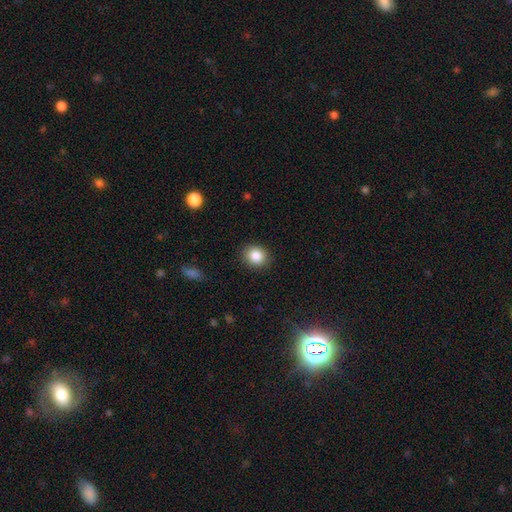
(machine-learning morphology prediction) Smooth or featured? smooth (86%)
How rounded? round (68%)
Merging? none (88%)